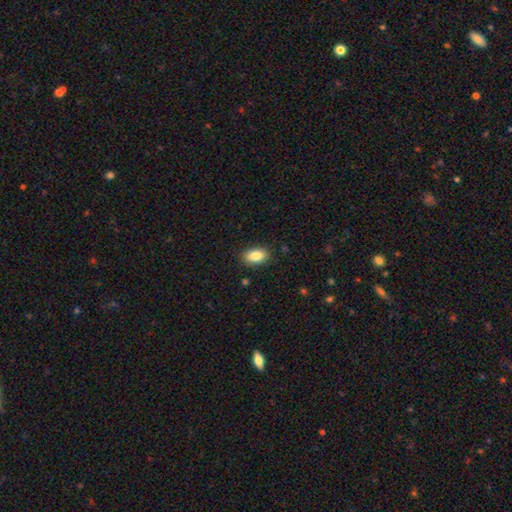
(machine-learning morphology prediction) A smooth galaxy with no disk features (86%) that is in between round and cigar-shaped (91%). Merging: none (87%).